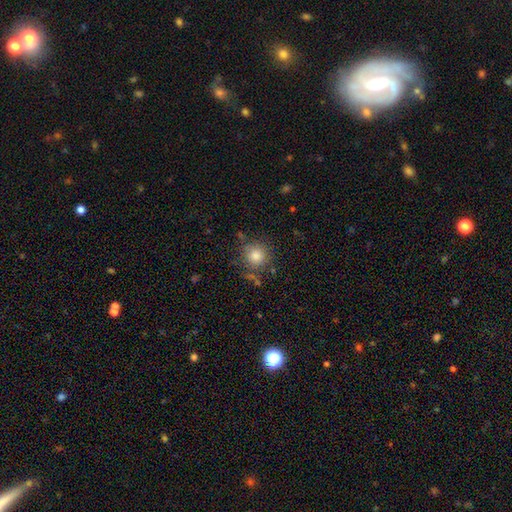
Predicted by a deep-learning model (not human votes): Morphology: type=smooth (82%); roundness=round (93%); merging=none (78%).